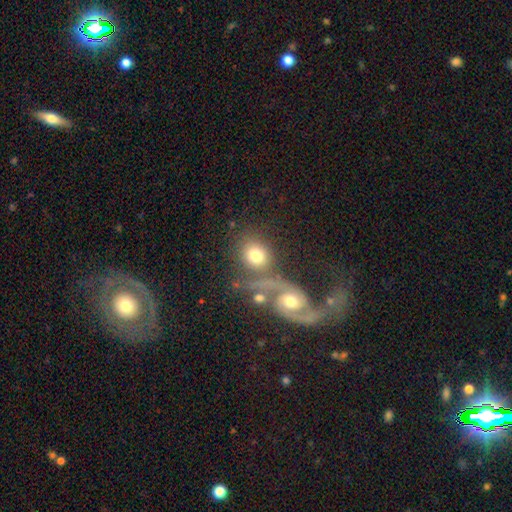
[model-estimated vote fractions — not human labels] Q: Smooth or featured?
A: smooth (66%); runner-up: featured or disk (25%)
Q: How rounded?
A: round (62%); runner-up: in between (36%)
Q: Merging?
A: none (52%); runner-up: merger (28%)